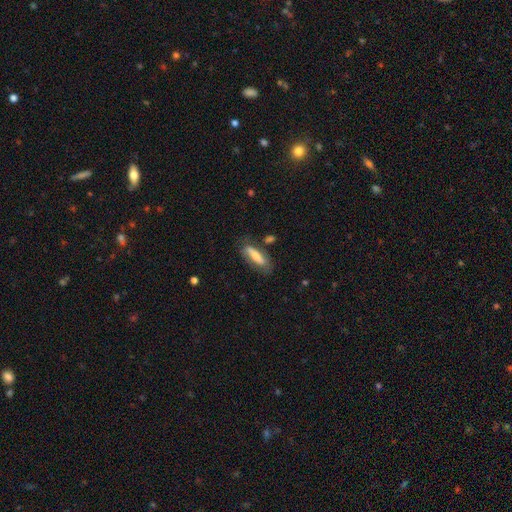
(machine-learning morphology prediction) Q: Smooth or featured?
A: smooth (60%); runner-up: featured or disk (33%)
Q: How rounded?
A: in between (52%); runner-up: cigar-shaped (46%)
Q: Merging?
A: none (65%); runner-up: minor disturbance (22%)